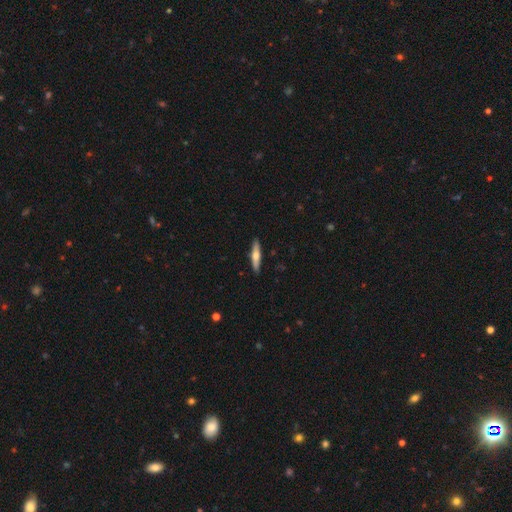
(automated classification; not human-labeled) This appears to be a smooth galaxy with no disk features (49%). Merging: none (91%).